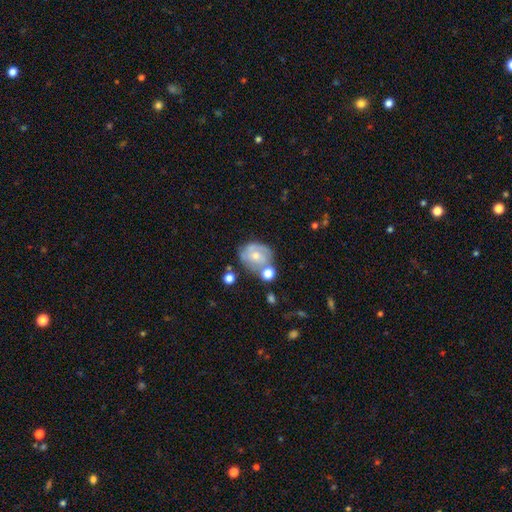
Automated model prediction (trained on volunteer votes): Smooth or featured: featured or disk — 51% (smooth — 40%)
Edge-on disk: no — 97% (yes — 3%)
Merging: none — 47% (minor disturbance — 22%)